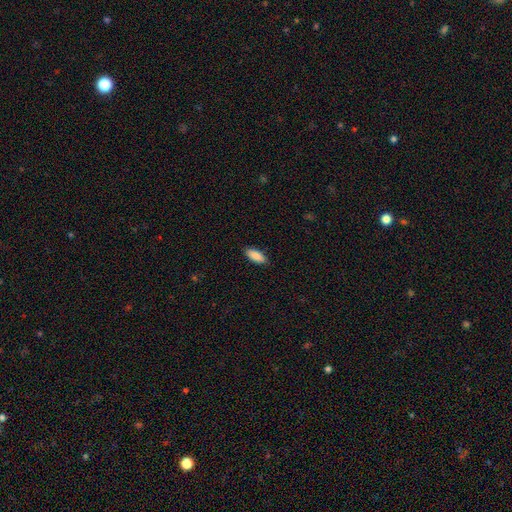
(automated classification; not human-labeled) A smooth galaxy with no disk features (89%) that is in between round and cigar-shaped (81%). Merging: none (89%).